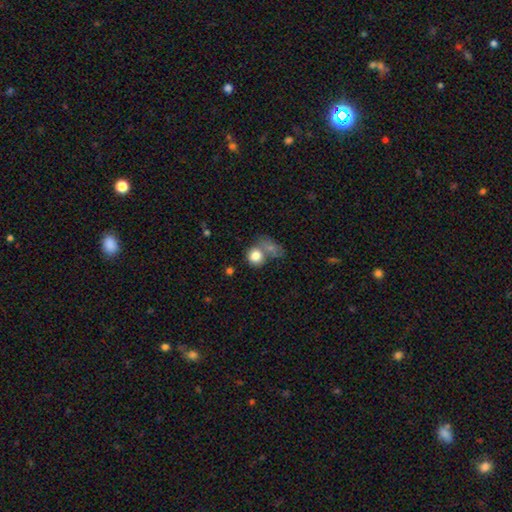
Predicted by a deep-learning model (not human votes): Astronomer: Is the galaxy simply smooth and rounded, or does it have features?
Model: smooth — 81%.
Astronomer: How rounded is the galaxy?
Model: round — 78%.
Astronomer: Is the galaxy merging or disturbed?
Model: none — 43% (runner-up: merger, 36%).